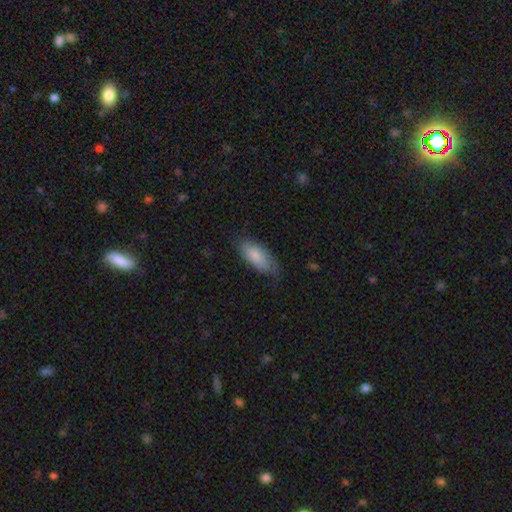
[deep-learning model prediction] This is likely a smooth galaxy (77%). How rounded: clearly in between (86%). Merging: likely none (65%).